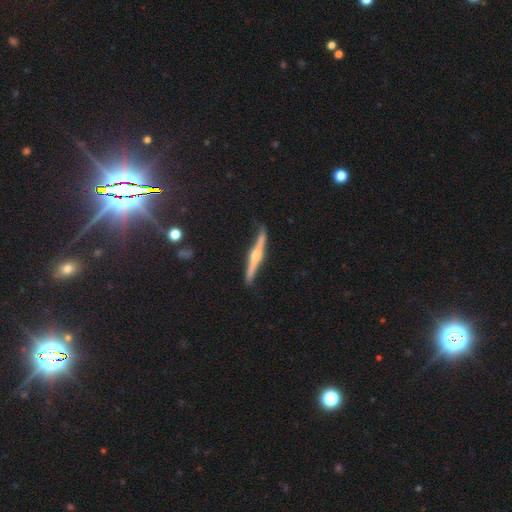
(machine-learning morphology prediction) This appears to be a featured or disk galaxy (77%) viewed edge-on (97%) with a rounded central bulge (88%). Merging: none (84%).